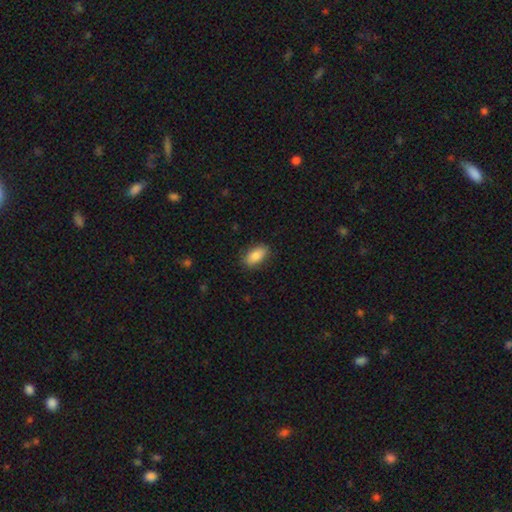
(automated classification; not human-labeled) A smooth galaxy with no disk features (86%) that is in between round and cigar-shaped (91%).

Vote fractions:
- Smooth or featured? smooth: 86% / star or artifact: 7% / featured or disk: 7%
- How rounded? in between: 91% / cigar-shaped: 5% / round: 4%
- Merging? none: 85% / minor disturbance: 12% / major disturbance: 3% / merger: 1%